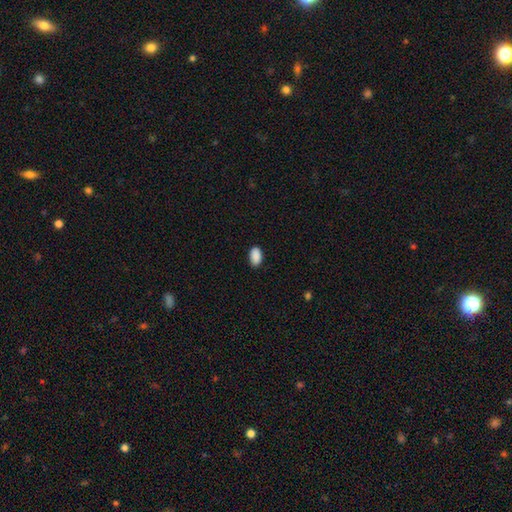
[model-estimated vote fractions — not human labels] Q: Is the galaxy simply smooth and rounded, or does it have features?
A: smooth — 90%.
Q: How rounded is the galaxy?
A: in between — 93%.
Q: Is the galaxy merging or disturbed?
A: none — 86%.